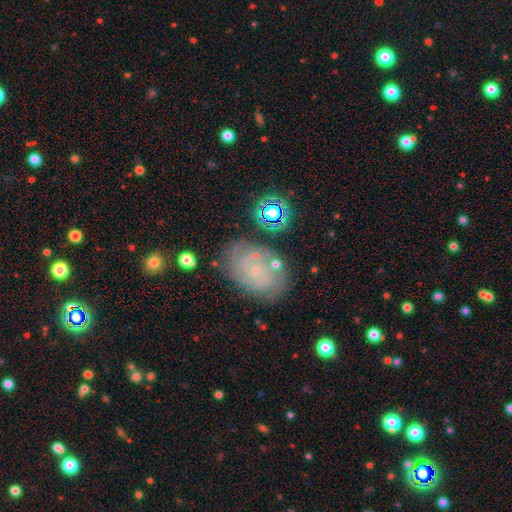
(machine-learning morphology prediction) A featured or disk galaxy (75%) with no bar (71%), 2 (34%) tight (67%) spiral arms (94%) and a small central bulge (79%). Merging: none (72%).